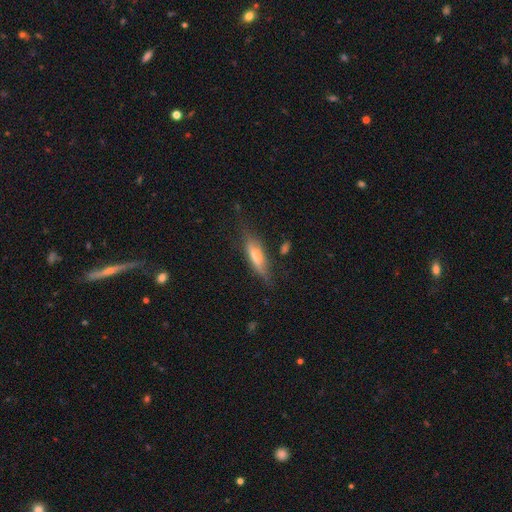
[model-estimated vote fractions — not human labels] smooth 47%, featured or disk 46%, star or artifact 7%. Down the decision tree: merging — none (71%).